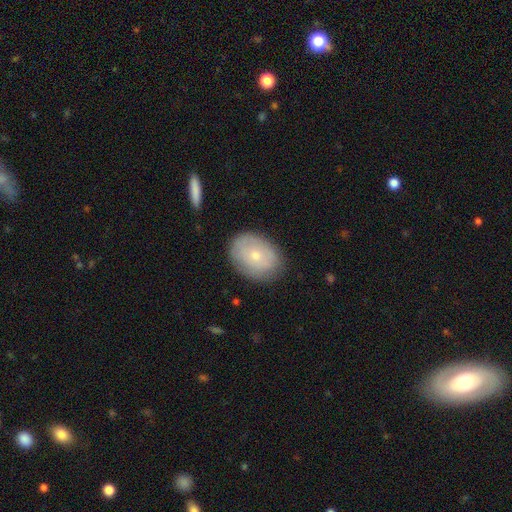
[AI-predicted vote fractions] Smooth or featured: smooth — 63% (featured or disk — 30%)
How rounded: in between — 71% (round — 28%)
Merging: none — 79% (minor disturbance — 16%)